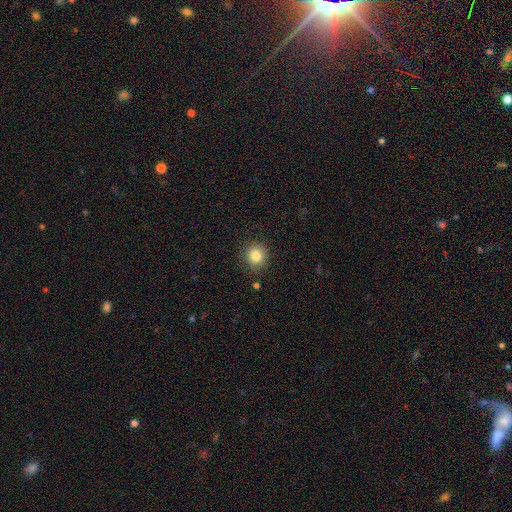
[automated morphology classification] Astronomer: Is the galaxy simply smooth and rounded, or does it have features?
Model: smooth — 83%.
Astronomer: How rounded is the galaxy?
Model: round — 89%.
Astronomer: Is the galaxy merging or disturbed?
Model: none — 87%.